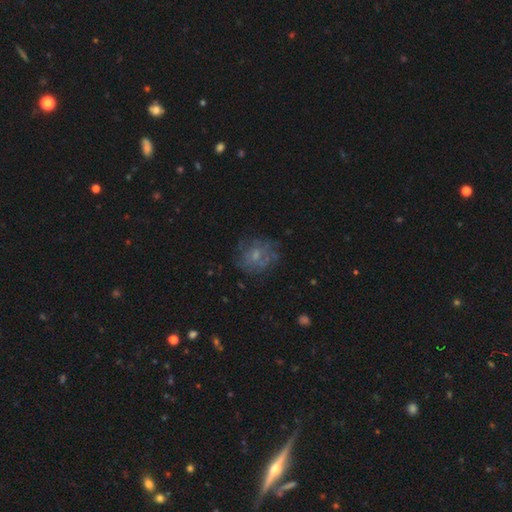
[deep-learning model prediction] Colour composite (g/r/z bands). It shows a featured or disk galaxy (45%). Merging: none (66%).